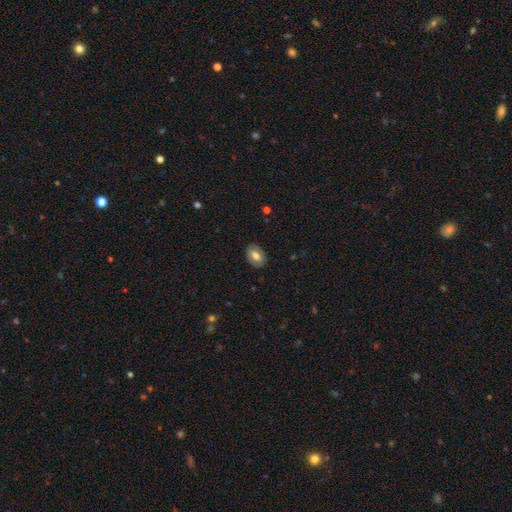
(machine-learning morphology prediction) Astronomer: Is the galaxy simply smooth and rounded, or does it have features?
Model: smooth — 64%.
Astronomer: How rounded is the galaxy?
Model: in between — 85%.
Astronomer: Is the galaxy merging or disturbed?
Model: none — 85%.